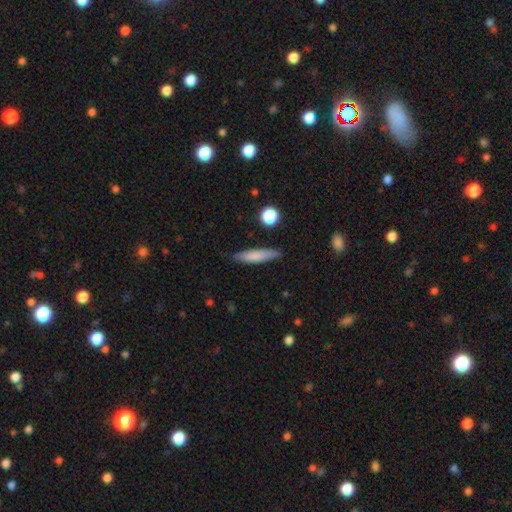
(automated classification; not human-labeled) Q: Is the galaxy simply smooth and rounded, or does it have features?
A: smooth — 74%.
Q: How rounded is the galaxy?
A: cigar-shaped — 85%.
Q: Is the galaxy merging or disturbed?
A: none — 86%.